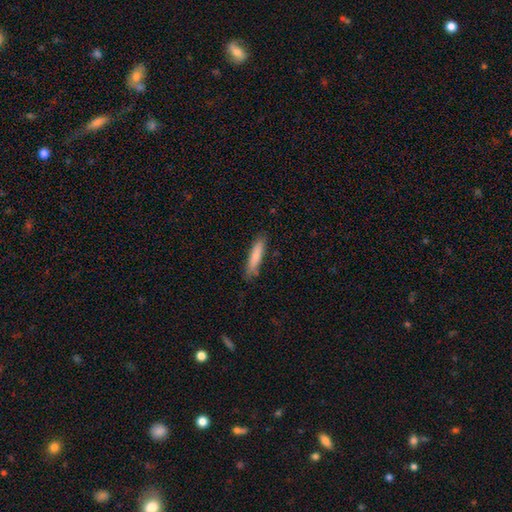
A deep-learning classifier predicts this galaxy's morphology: Smooth or featured? smooth (81%)
How rounded? cigar-shaped (84%)
Merging? none (82%)